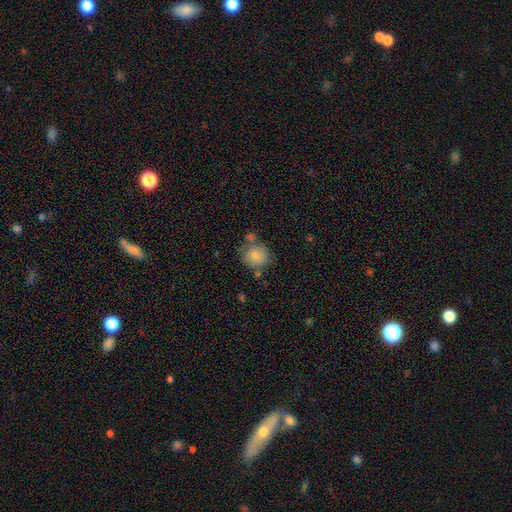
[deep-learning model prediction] smooth-or-featured: smooth: 82% | featured or disk: 10% | star or artifact: 8%
  how-rounded: round: 81% | in between: 18% | cigar-shaped: 1%
  merging: none: 60% | minor disturbance: 18% | merger: 15% | major disturbance: 6%